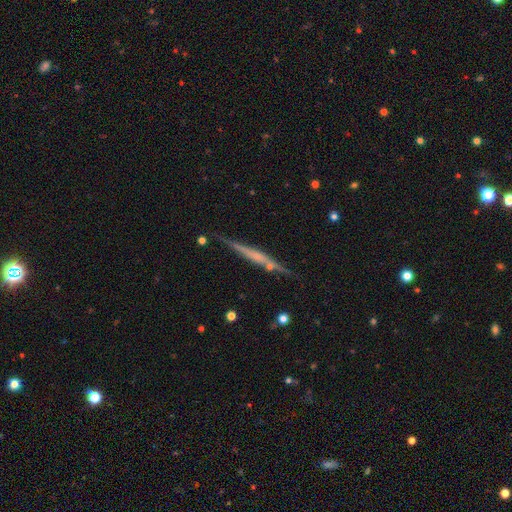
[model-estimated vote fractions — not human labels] This appears to be a featured or disk galaxy (67%) viewed edge-on (97%) with no central bulge (59%). Merging: none (81%).